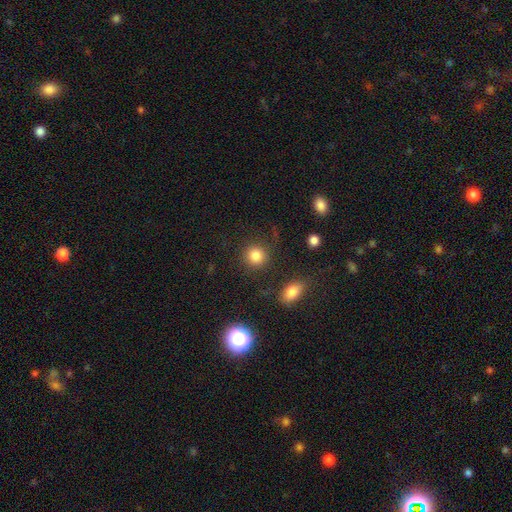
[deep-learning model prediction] Morphology: type=smooth (84%); roundness=round (90%); merging=none (84%).